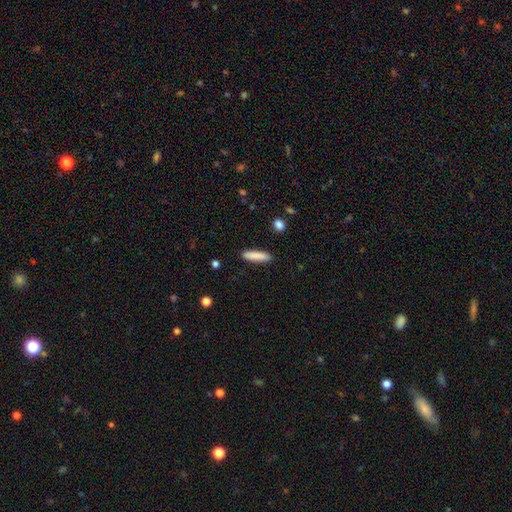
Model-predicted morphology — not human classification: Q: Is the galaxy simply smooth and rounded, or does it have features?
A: smooth — 87%.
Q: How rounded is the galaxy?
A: cigar-shaped — 80%.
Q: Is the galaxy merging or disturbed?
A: none — 89%.